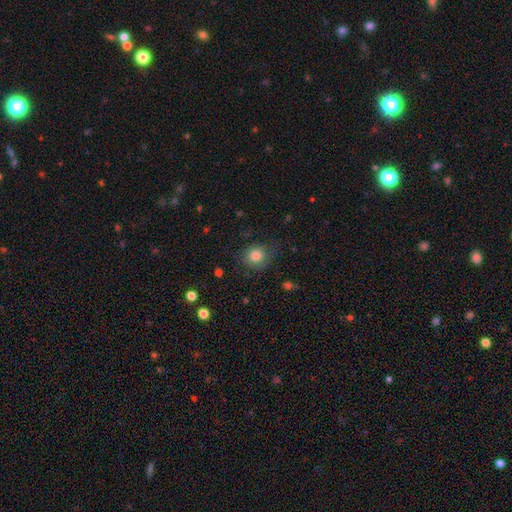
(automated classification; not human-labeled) This is clearly a smooth galaxy (81%). How rounded: clearly round (82%). Merging: likely none (73%).